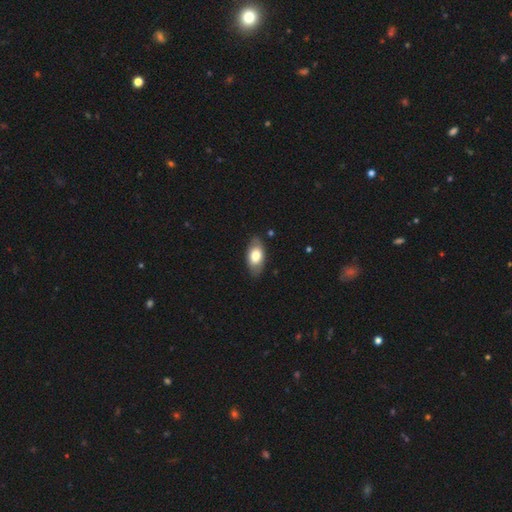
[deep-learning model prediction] Smooth or featured?
  - smooth: 74% *
  - featured or disk: 20%
  - star or artifact: 6%
How rounded?
  - in between: 92% *
  - round: 5%
  - cigar-shaped: 3%
Merging?
  - none: 81% *
  - minor disturbance: 15%
  - major disturbance: 3%
  - merger: 1%